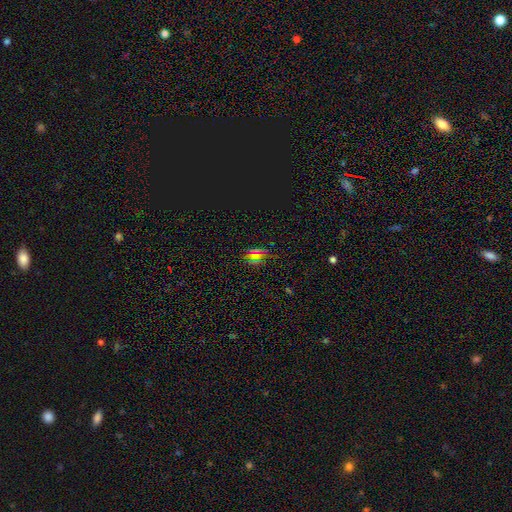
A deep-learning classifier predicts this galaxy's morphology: Smooth or featured? Predicted: star or artifact (p=0.46).